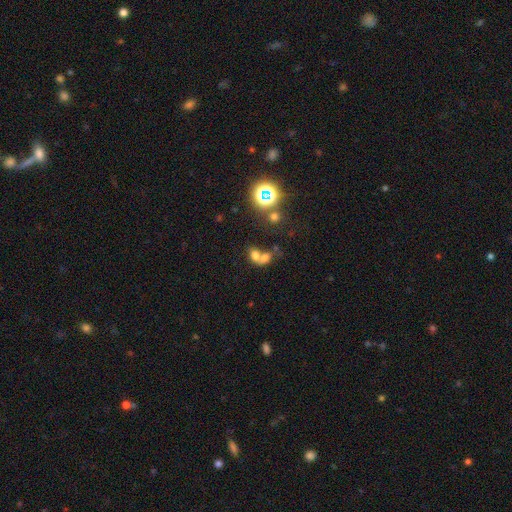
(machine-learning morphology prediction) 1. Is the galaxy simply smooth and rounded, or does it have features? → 62% smooth, 20% star or artifact, 17% featured or disk.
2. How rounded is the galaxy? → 56% in between, 43% round, 2% cigar-shaped.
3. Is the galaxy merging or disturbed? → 65% merger, 23% none, 6% minor disturbance, 5% major disturbance.